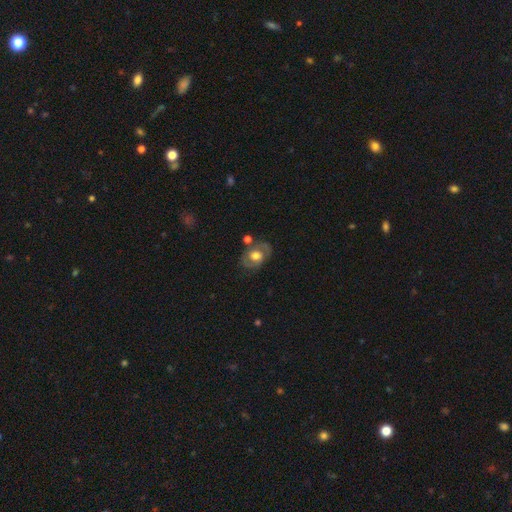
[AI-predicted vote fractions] Smooth or featured? featured or disk (58%)
Edge-on disk? no (95%)
Bar? no (68%)
Spiral arms? yes (60%)
Bulge size? moderate (53%)
Merging? none (71%)